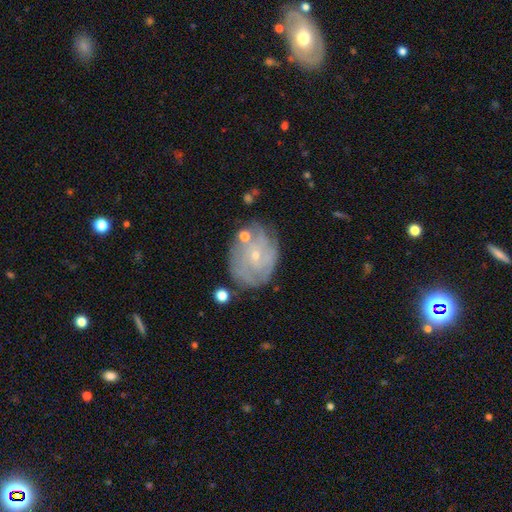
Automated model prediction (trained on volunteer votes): Smooth or featured?
  - featured or disk: 70% *
  - smooth: 22%
  - star or artifact: 8%
Edge-on disk?
  - no: 97% *
  - yes: 3%
Bar?
  - no: 79% *
  - weak: 18%
  - strong: 3%
Spiral arms?
  - yes: 79% *
  - no: 21%
Spiral winding?
  - tight: 66% *
  - medium: 24%
  - loose: 9%
Spiral arm count?
  - can't tell: 52% *
  - 4: 13%
  - 3: 12%
  - 2: 11%
  - more than 4: 7%
  - 1: 5%
Bulge size?
  - small: 83% *
  - moderate: 13%
  - none: 2%
  - large: 1%
  - dominant: 1%
Merging?
  - none: 65% *
  - minor disturbance: 21%
  - major disturbance: 8%
  - merger: 6%